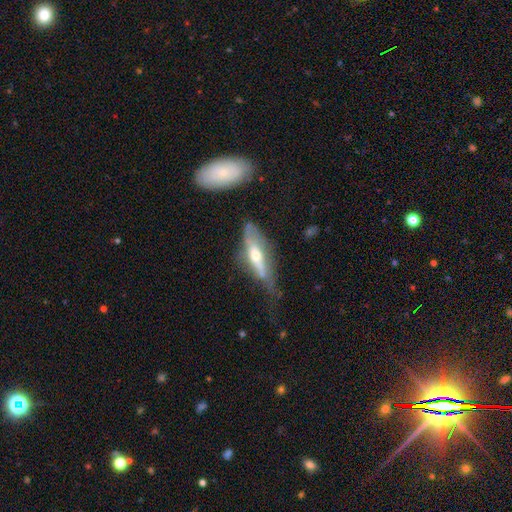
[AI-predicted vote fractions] smooth_or_featured: featured or disk (p=0.63) [alt: smooth p=0.30]
disk_edge_on: yes (p=0.69) [alt: no p=0.31]
merging: none (p=0.42) [alt: minor disturbance p=0.31]